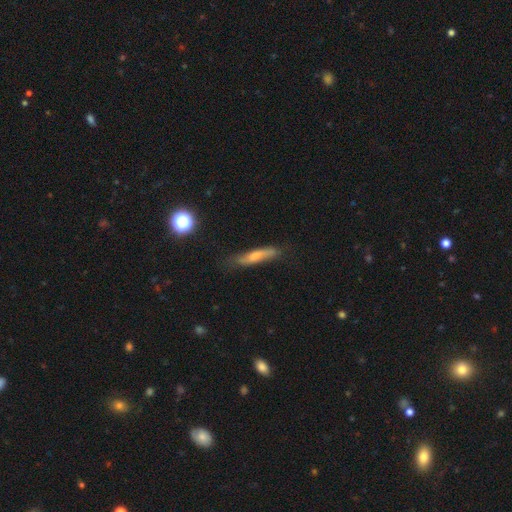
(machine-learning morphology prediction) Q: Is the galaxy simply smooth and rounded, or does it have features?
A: smooth — 51%.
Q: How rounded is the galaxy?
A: cigar-shaped — 85%.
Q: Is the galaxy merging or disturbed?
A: none — 73%.